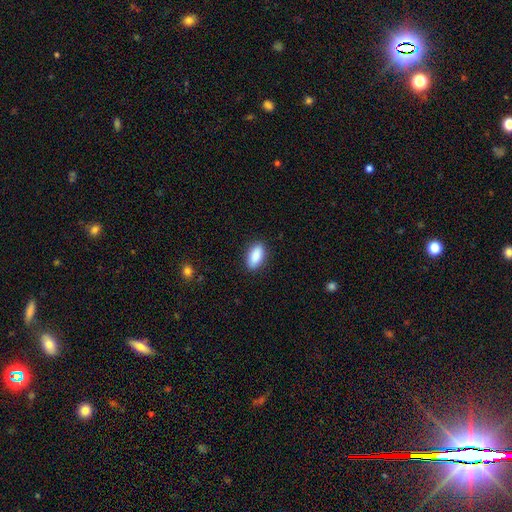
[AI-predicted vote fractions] Smooth or featured?
  - smooth: 89% *
  - star or artifact: 6%
  - featured or disk: 5%
How rounded?
  - in between: 90% *
  - cigar-shaped: 7%
  - round: 3%
Merging?
  - none: 88% *
  - minor disturbance: 8%
  - major disturbance: 2%
  - merger: 1%